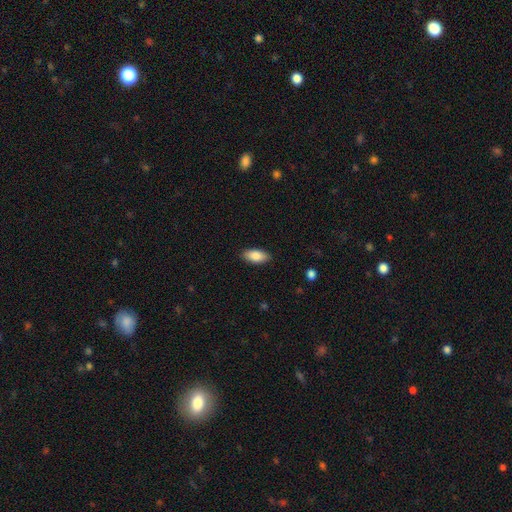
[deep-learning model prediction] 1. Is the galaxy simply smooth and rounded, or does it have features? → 85% smooth, 9% featured or disk, 6% star or artifact.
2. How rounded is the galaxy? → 91% in between, 6% cigar-shaped, 2% round.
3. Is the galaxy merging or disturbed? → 89% none, 9% minor disturbance, 2% major disturbance, 1% merger.